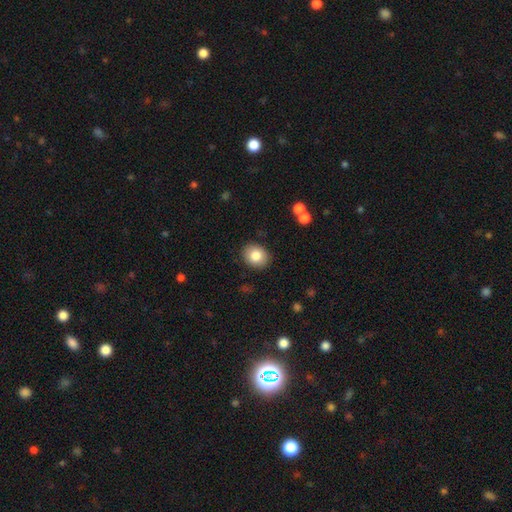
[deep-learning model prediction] smooth 83%, featured or disk 9%, star or artifact 8%. Down the decision tree: how rounded — round (58%); merging — none (88%).